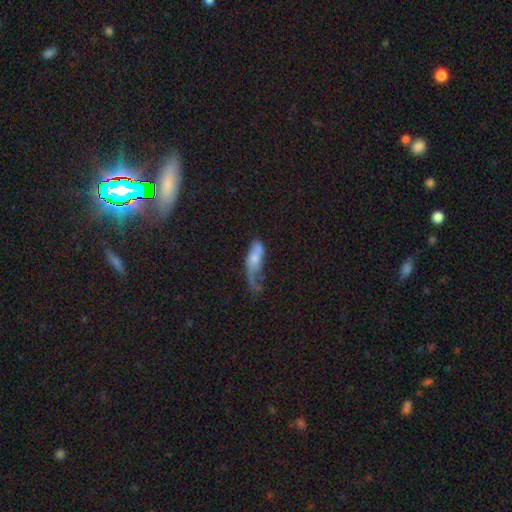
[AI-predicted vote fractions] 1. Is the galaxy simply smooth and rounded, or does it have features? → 53% smooth, 40% featured or disk, 8% star or artifact.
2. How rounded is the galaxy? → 68% in between, 28% cigar-shaped, 4% round.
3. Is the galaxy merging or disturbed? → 47% major disturbance, 20% minor disturbance, 20% none, 13% merger.